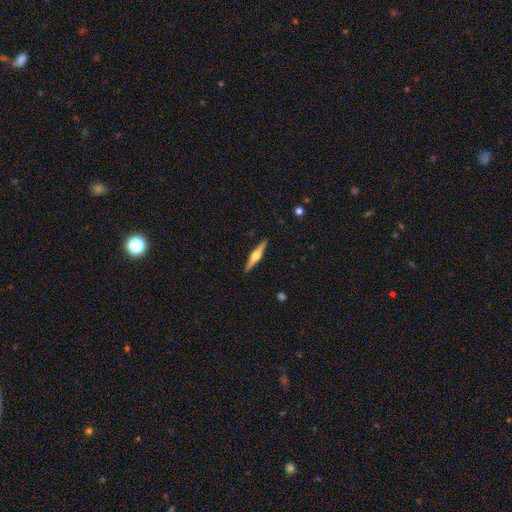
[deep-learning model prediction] Q: Smooth or featured?
A: featured or disk (72%); runner-up: smooth (23%)
Q: Edge-on disk?
A: yes (98%); runner-up: no (2%)
Q: Edge-on bulge?
A: rounded (93%); runner-up: boxy (5%)
Q: Merging?
A: none (91%); runner-up: minor disturbance (6%)